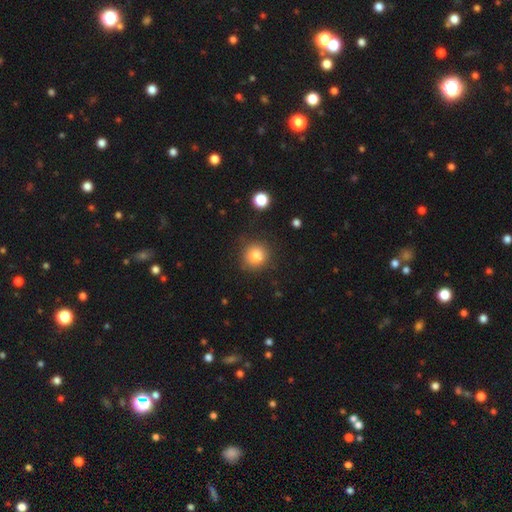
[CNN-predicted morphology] type=smooth (82%); roundness=round (91%); merging=none (85%).